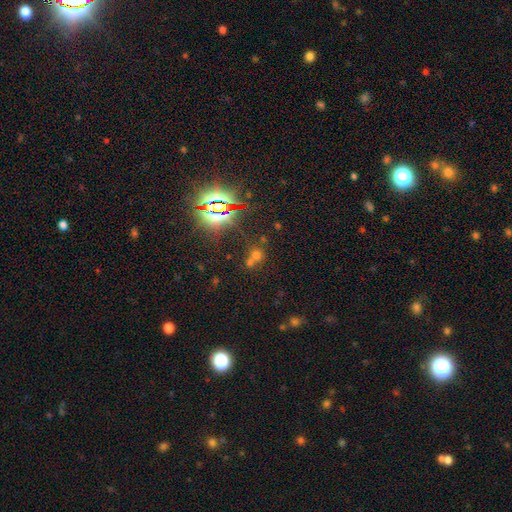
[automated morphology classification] star or artifact 45%, smooth 43%, featured or disk 12%.